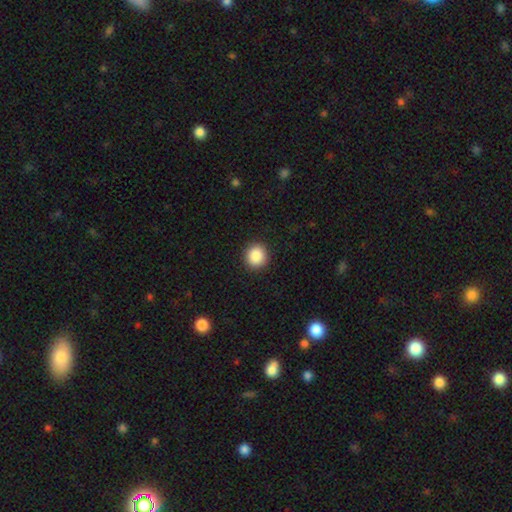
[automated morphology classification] The model was most divided on "smooth or featured": smooth: 88%, star or artifact: 9%, featured or disk: 3%. More confident: merging — none (91%); how rounded — round (90%).